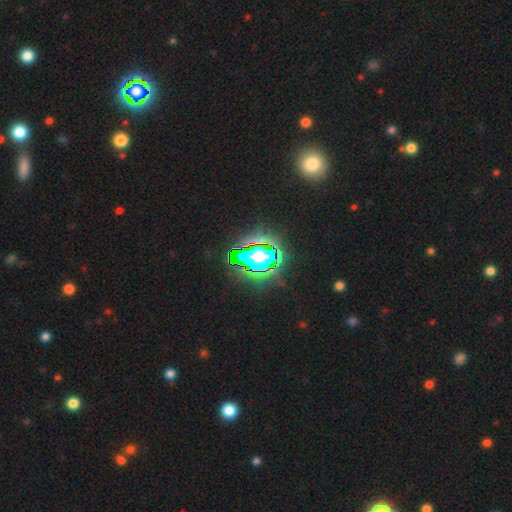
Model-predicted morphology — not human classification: star or artifact 64%, smooth 19%, featured or disk 17%.